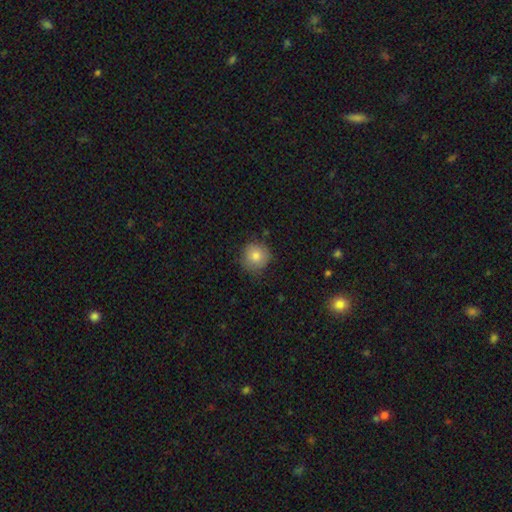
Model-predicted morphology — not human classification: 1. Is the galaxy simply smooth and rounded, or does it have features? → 81% smooth, 10% featured or disk, 9% star or artifact.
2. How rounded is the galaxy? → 93% round, 6% in between, 1% cigar-shaped.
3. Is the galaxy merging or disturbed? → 78% none, 17% minor disturbance, 4% major disturbance, 1% merger.